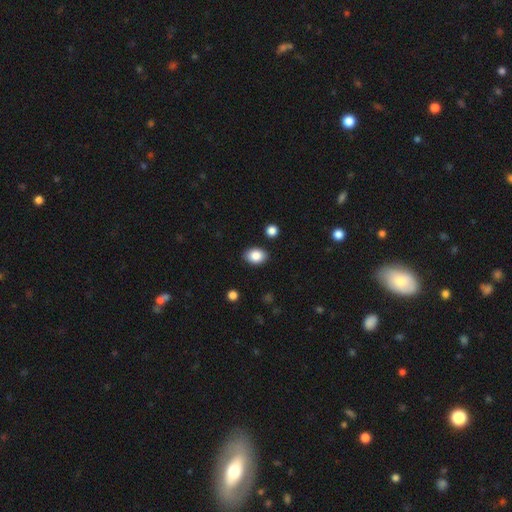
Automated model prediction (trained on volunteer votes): This is clearly a smooth galaxy (87%). How rounded: likely in between (69%). Merging: clearly none (87%).